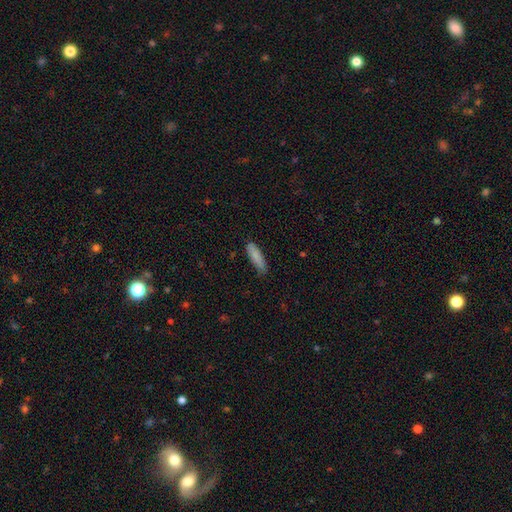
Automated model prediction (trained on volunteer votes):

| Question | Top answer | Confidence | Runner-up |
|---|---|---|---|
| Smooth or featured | smooth | 86% | featured or disk (8%) |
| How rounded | cigar-shaped | 70% | in between (29%) |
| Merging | none | 80% | minor disturbance (16%) |